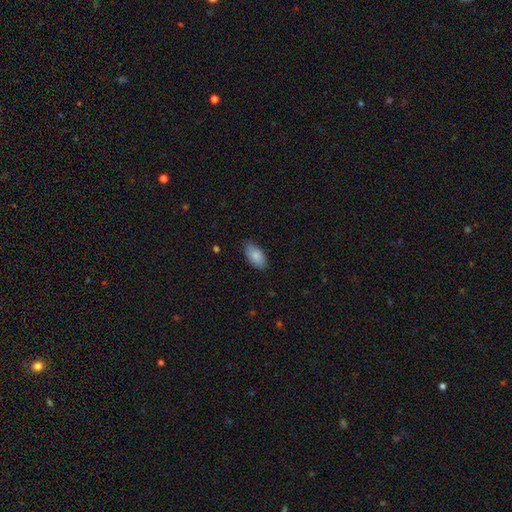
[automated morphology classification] Overall: smooth (86%). How rounded: in between (92%). Merging: none (79%).